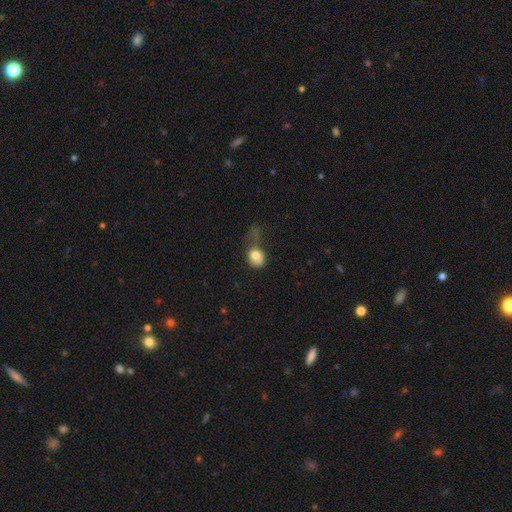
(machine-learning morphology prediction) A smooth galaxy with no disk features (77%) that is in between round and cigar-shaped (50%).

Vote fractions:
- Smooth or featured? smooth: 77% / featured or disk: 14% / star or artifact: 9%
- How rounded? in between: 50% / round: 48% / cigar-shaped: 1%
- Merging? major disturbance: 48% / minor disturbance: 23% / none: 20% / merger: 8%